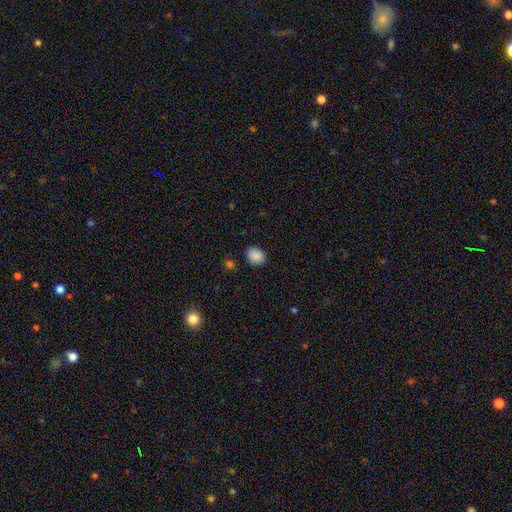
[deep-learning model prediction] Smooth or featured? Predicted: smooth (p=0.88). How rounded? Predicted: round (p=0.59). Merging? Predicted: none (p=0.85).